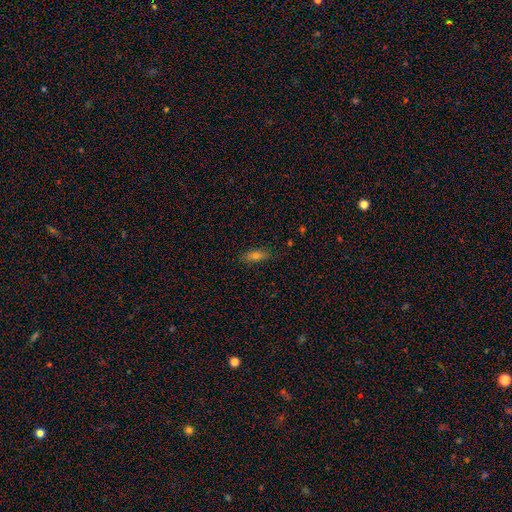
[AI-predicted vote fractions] Overall: smooth (68%). How rounded: in between (61%; cigar-shaped 35%). Merging: none (84%).